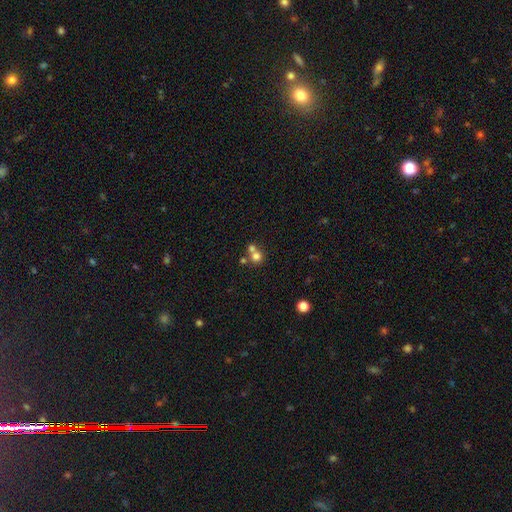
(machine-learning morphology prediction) Smooth or featured? smooth (73%)
How rounded? round (87%)
Merging? merger (49%)